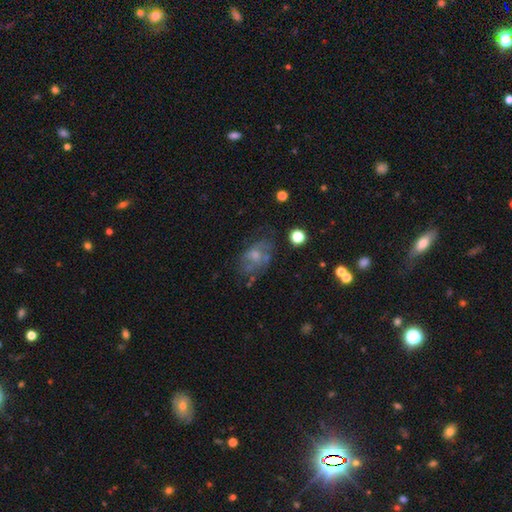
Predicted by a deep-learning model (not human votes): Smooth or featured? featured or disk (45%)
Merging? none (47%)